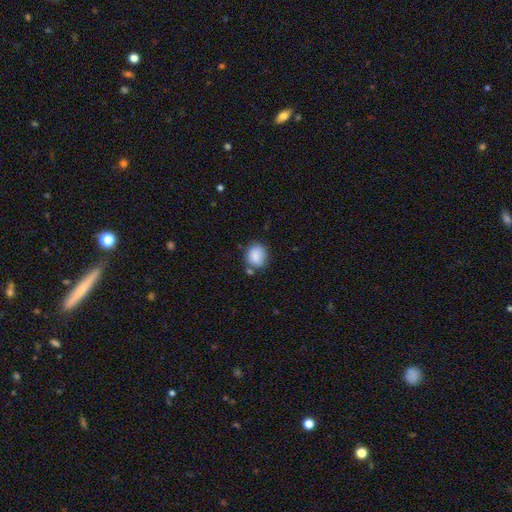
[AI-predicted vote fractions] Smooth or featured?
  - smooth: 87% *
  - star or artifact: 8%
  - featured or disk: 5%
How rounded?
  - round: 65% *
  - in between: 34%
  - cigar-shaped: 1%
Merging?
  - none: 67% *
  - minor disturbance: 18%
  - merger: 10%
  - major disturbance: 5%